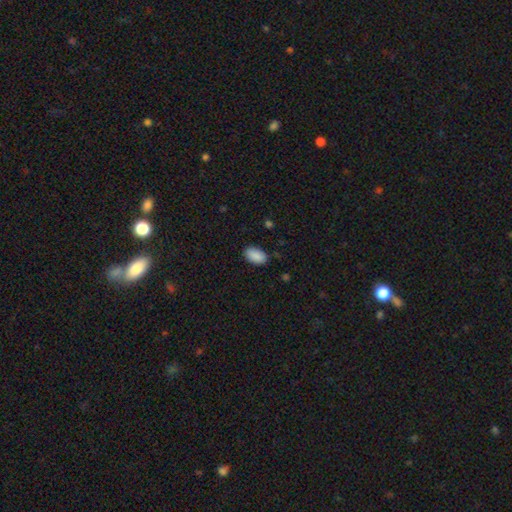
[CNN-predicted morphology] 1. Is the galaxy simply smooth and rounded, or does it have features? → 90% smooth, 7% star or artifact, 3% featured or disk.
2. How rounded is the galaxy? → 93% in between, 5% round, 1% cigar-shaped.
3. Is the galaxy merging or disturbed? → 85% none, 12% minor disturbance, 2% major disturbance, 1% merger.